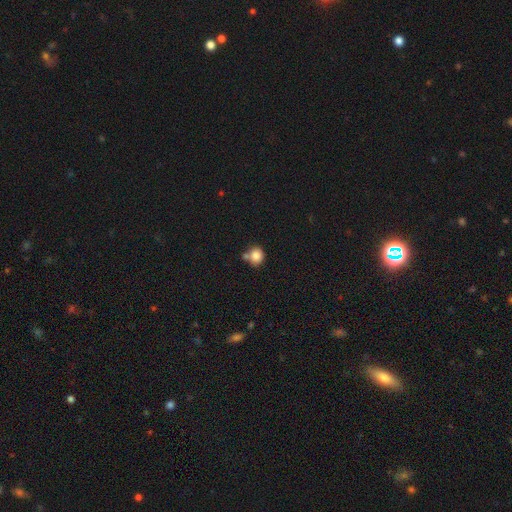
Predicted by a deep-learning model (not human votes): Morphology: type=smooth (84%); roundness=round (82%); merging=none (54%).